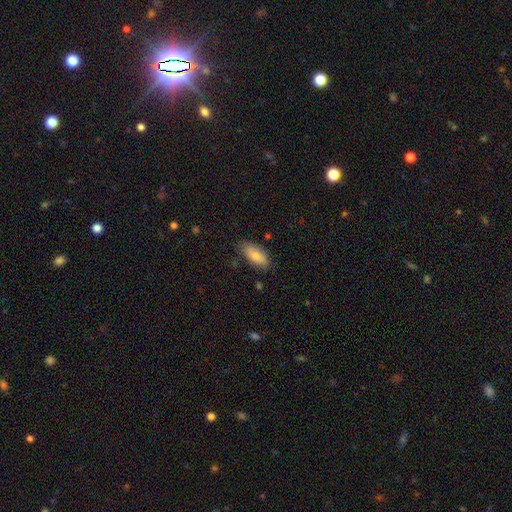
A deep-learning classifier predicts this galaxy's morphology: Q: Smooth or featured?
A: smooth (78%); runner-up: featured or disk (16%)
Q: How rounded?
A: in between (88%); runner-up: cigar-shaped (10%)
Q: Merging?
A: none (75%); runner-up: minor disturbance (20%)